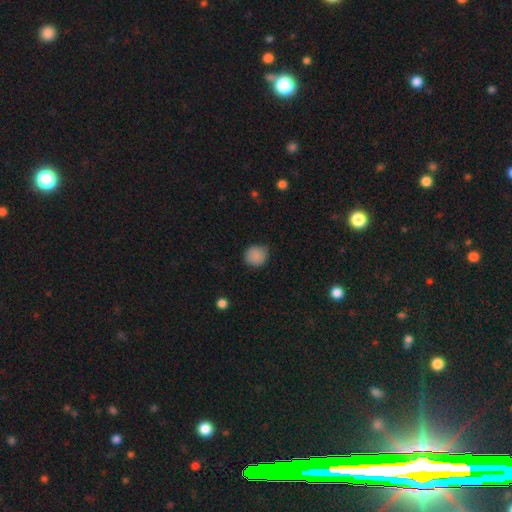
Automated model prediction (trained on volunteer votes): Smooth or featured? smooth (87%)
How rounded? round (89%)
Merging? none (77%)